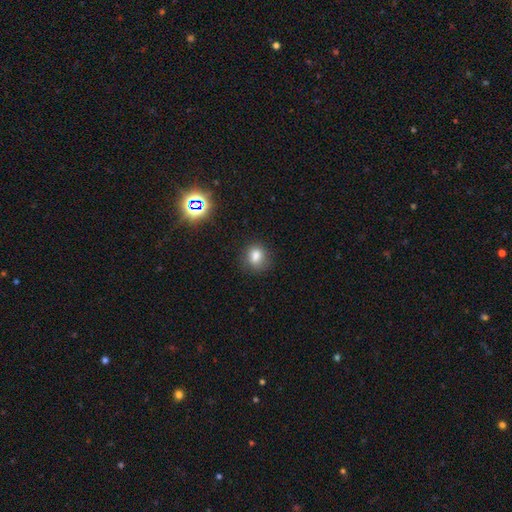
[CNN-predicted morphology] This appears to be a smooth galaxy with no disk features (80%) that is round (60%). Merging: none (76%).